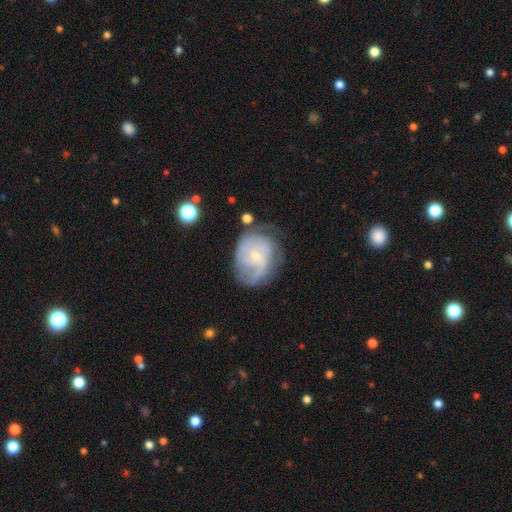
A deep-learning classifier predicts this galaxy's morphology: The model was most divided on "spiral winding": tight: 42%, medium: 39%, loose: 19%. Remaining: edge-on disk — no (97%); spiral arms — yes (85%); bulge size — small (71%); smooth or featured — featured or disk (70%); bar — no (66%); merging — none (55%); spiral arm count — can't tell (41%).